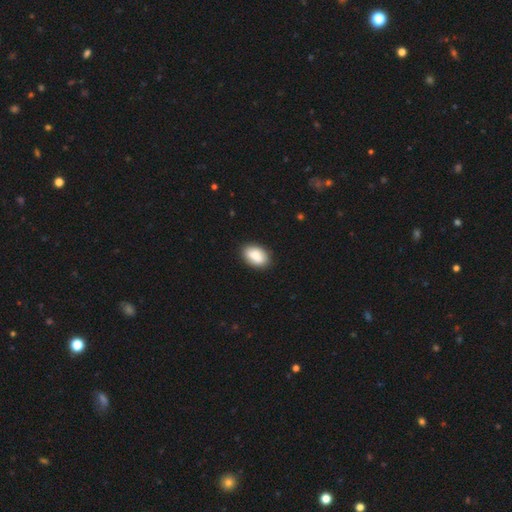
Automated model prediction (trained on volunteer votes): smooth-or-featured: smooth: 86% | featured or disk: 7% | star or artifact: 7%
  how-rounded: in between: 90% | round: 8% | cigar-shaped: 2%
  merging: none: 86% | minor disturbance: 11% | major disturbance: 2% | merger: 1%